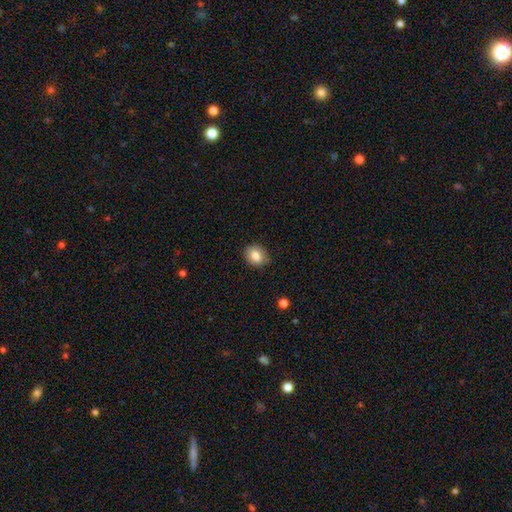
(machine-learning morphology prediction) Overall: smooth (83%). How rounded: in between (50%; round 49%). Merging: none (84%).